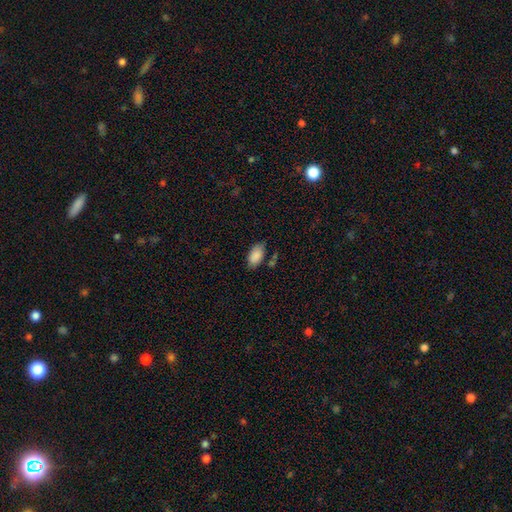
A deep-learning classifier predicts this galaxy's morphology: This appears to be a smooth galaxy with no disk features (88%) that is in between round and cigar-shaped (94%). Merging: none (72%).